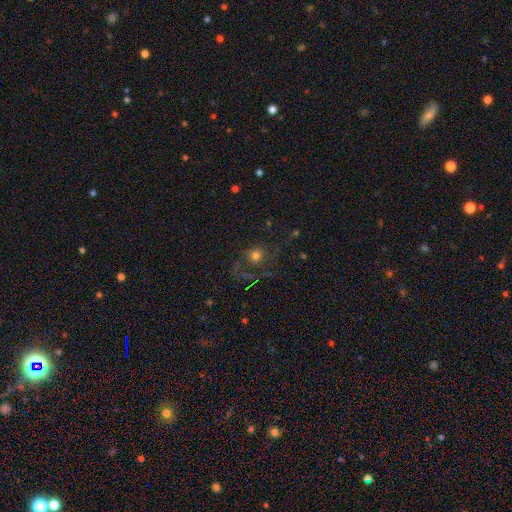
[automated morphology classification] Smooth or featured?
  - smooth: 56% *
  - featured or disk: 24%
  - star or artifact: 21%
How rounded?
  - round: 85% *
  - in between: 14%
  - cigar-shaped: 1%
Merging?
  - none: 58% *
  - major disturbance: 23%
  - minor disturbance: 15%
  - merger: 4%